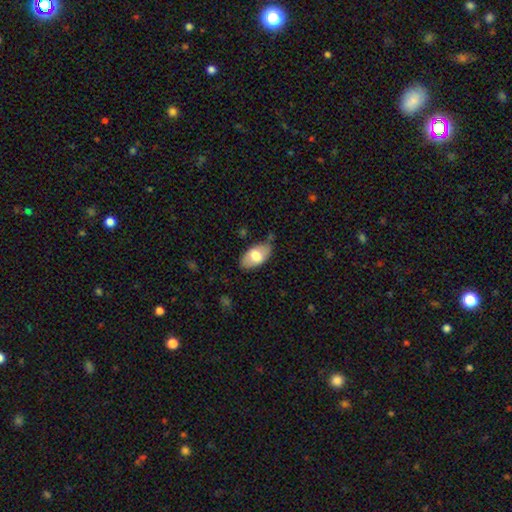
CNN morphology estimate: smooth 68%, featured or disk 26%, star or artifact 6%. Down the decision tree: how rounded — in between (94%); merging — none (76%).